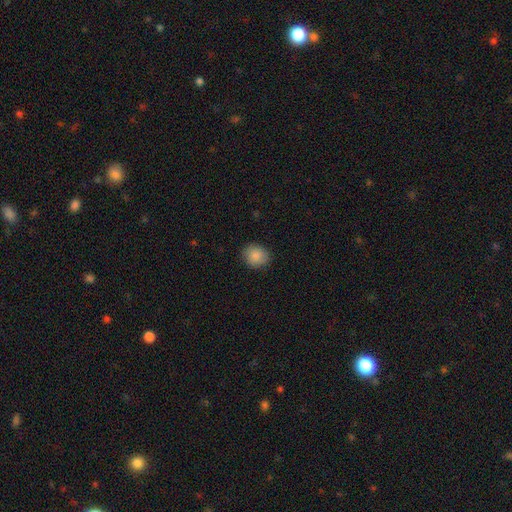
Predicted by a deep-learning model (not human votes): This is clearly a smooth galaxy (88%). How rounded: likely round (75%). Merging: clearly none (86%).